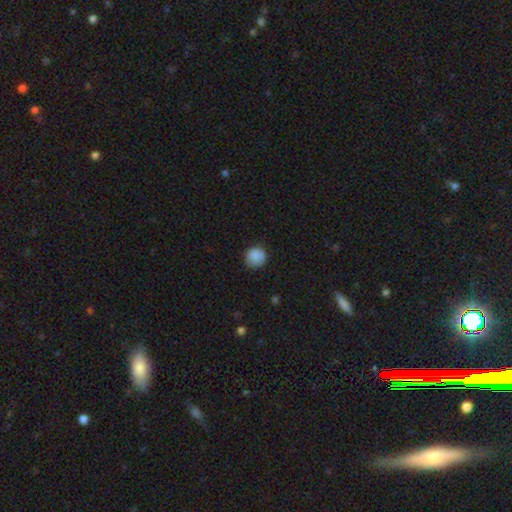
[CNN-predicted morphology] Overall: smooth (87%). How rounded: round (91%). Merging: none (83%).